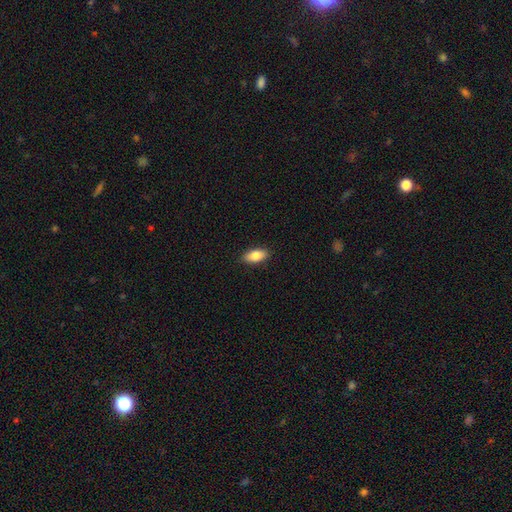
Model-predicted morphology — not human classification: smooth 82%, featured or disk 11%, star or artifact 7%. Down the decision tree: how rounded — in between (88%); merging — none (89%).